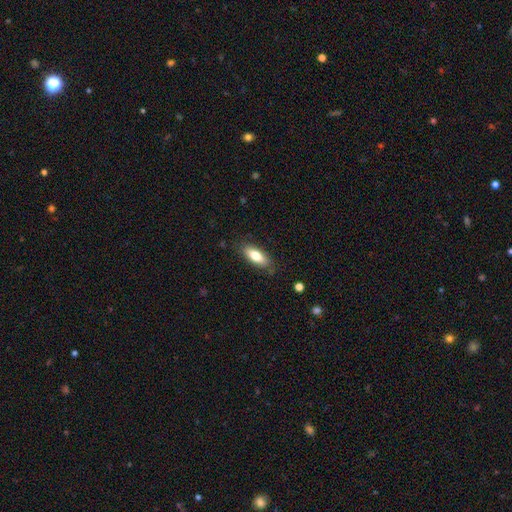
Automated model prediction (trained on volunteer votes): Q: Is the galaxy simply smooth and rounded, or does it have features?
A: smooth — 78%.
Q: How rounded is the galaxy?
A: in between — 77%.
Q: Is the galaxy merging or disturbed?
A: none — 82%.